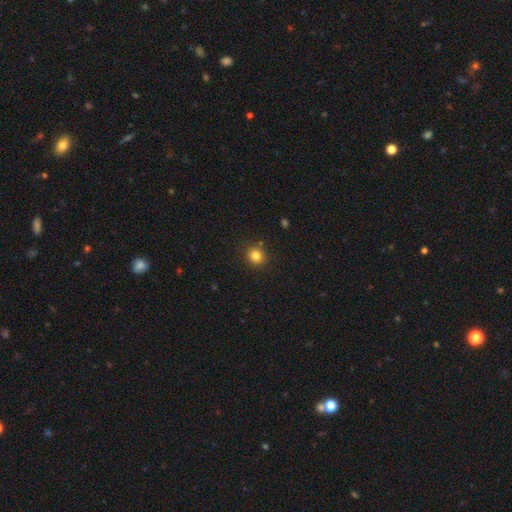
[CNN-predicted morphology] A smooth galaxy with no disk features (82%) that is round (87%). Merging: none (87%).